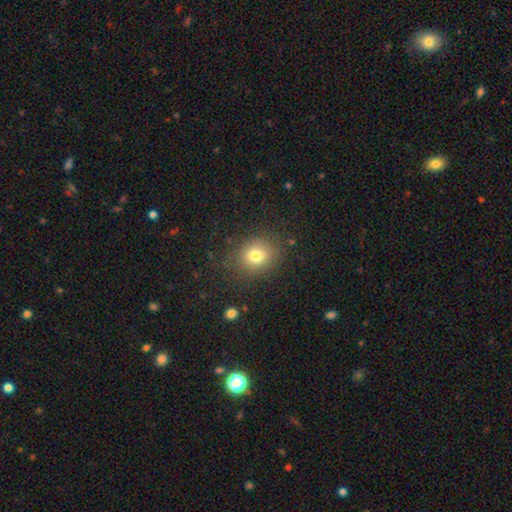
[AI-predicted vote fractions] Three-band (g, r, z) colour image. It shows a smooth galaxy with no disk features (77%) that is round (63%). Merging: none (80%).